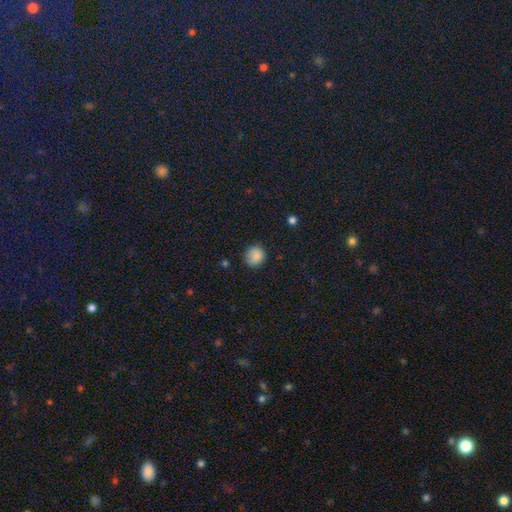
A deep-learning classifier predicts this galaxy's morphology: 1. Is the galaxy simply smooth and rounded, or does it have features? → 86% smooth, 10% star or artifact, 5% featured or disk.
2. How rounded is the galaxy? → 87% round, 12% in between, 1% cigar-shaped.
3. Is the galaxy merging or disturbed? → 81% none, 14% minor disturbance, 3% major disturbance, 1% merger.